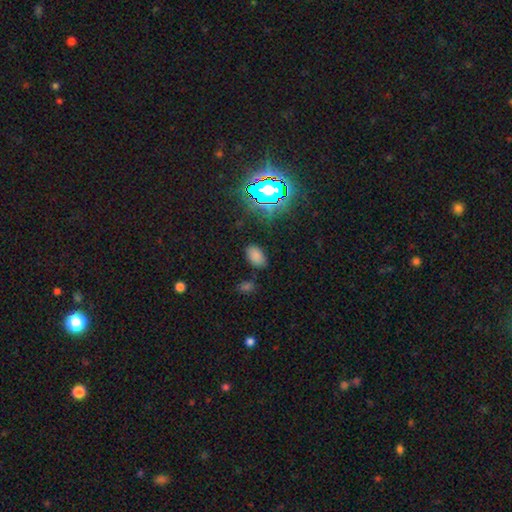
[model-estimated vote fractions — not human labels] Overall: smooth (72%). How rounded: in between (92%). Merging: none (81%).